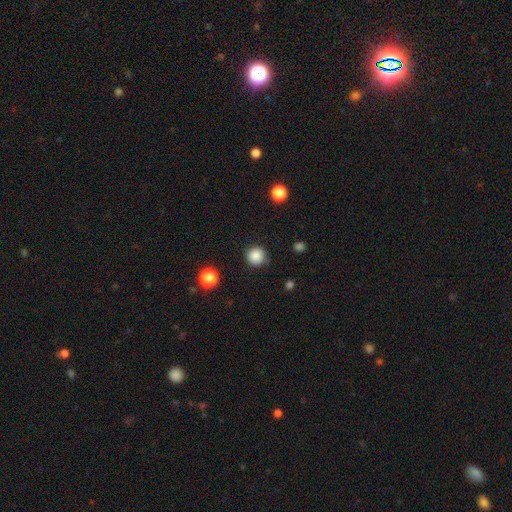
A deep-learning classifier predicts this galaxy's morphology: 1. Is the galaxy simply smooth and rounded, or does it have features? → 86% smooth, 11% star or artifact, 4% featured or disk.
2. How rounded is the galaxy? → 95% round, 4% in between, 1% cigar-shaped.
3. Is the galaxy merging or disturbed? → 86% none, 10% minor disturbance, 3% major disturbance, 2% merger.